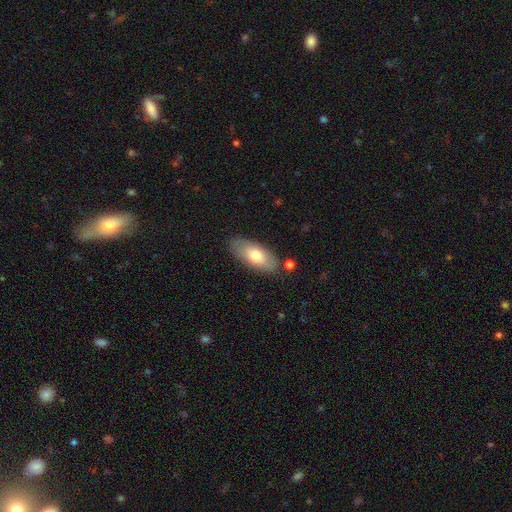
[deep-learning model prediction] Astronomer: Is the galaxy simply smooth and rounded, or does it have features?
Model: smooth — 65%.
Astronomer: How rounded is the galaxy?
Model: in between — 88%.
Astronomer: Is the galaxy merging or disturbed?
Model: none — 79%.